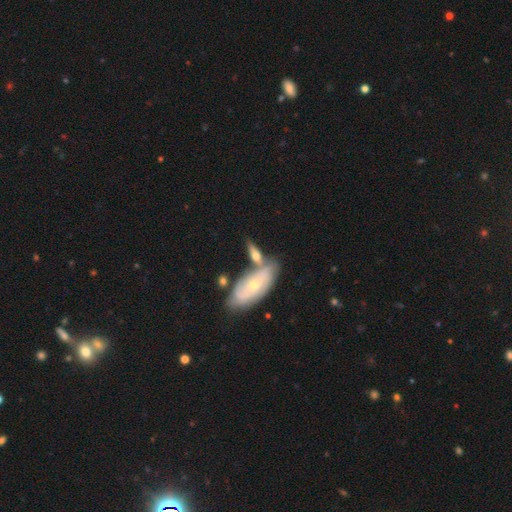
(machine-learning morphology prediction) Smooth or featured? featured or disk (48%)
Merging? none (44%)